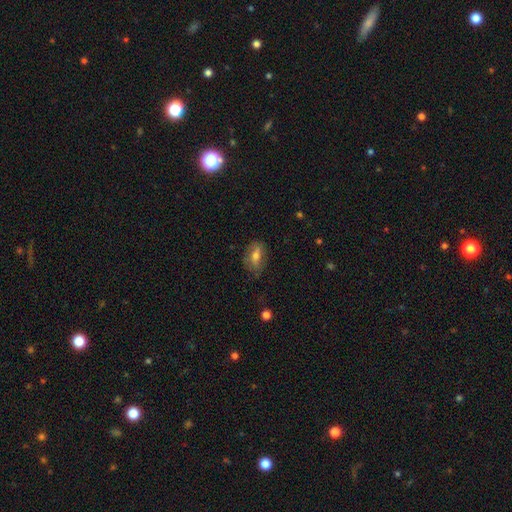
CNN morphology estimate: Smooth or featured? Predicted: smooth (p=0.60). How rounded? Predicted: in between (p=0.79). Merging? Predicted: none (p=0.69).